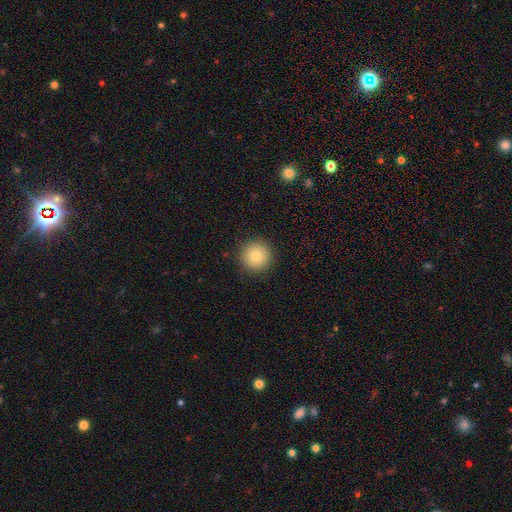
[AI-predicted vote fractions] Q: Smooth or featured?
A: smooth (80%); runner-up: star or artifact (11%)
Q: How rounded?
A: round (96%); runner-up: in between (3%)
Q: Merging?
A: none (91%); runner-up: minor disturbance (6%)